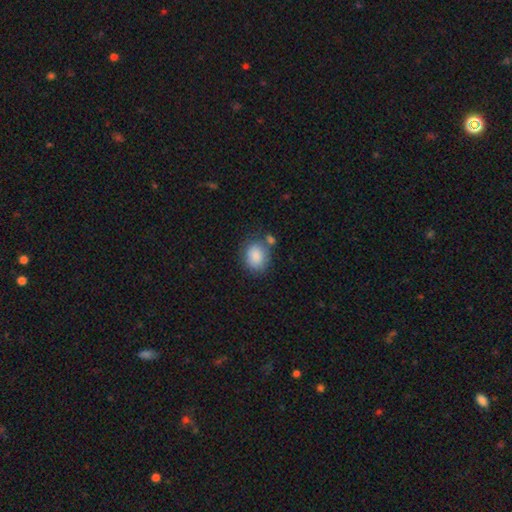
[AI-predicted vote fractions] smooth-or-featured: smooth: 87% | star or artifact: 7% | featured or disk: 6%
  how-rounded: in between: 50% | round: 49% | cigar-shaped: 1%
  merging: none: 59% | minor disturbance: 18% | merger: 16% | major disturbance: 6%